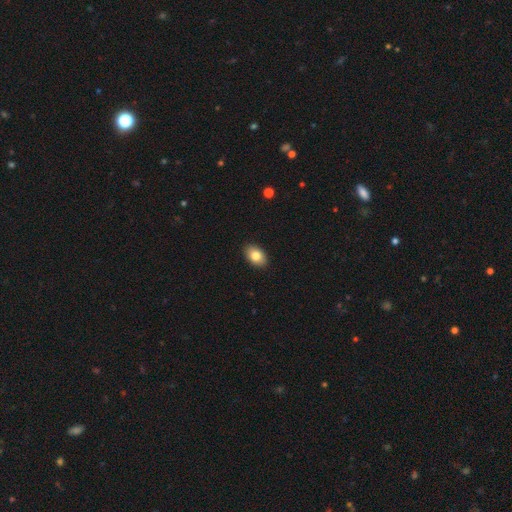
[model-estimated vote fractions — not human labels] smooth_or_featured: smooth (p=0.83) [alt: featured or disk p=0.09]
how_rounded: in between (p=0.86) [alt: round p=0.13]
merging: none (p=0.90) [alt: minor disturbance p=0.07]